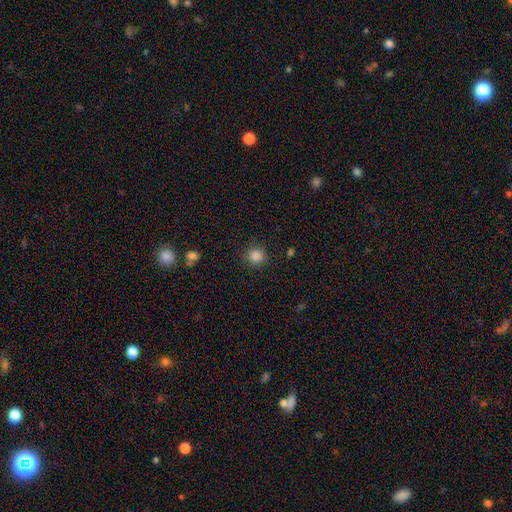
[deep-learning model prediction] Overall: smooth (86%). How rounded: round (90%). Merging: none (86%).